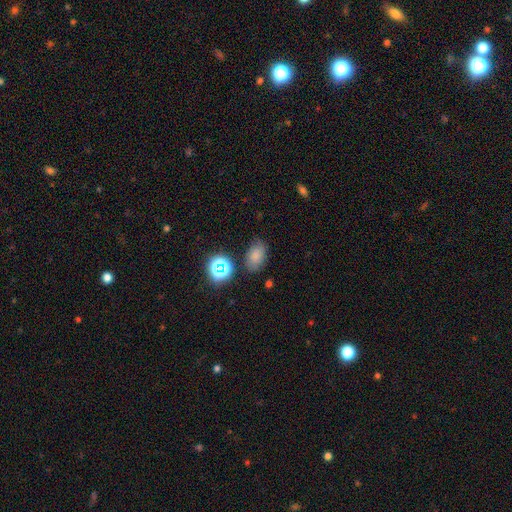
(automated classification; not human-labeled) Smooth or featured: smooth — 75% (star or artifact — 16%)
How rounded: in between — 83% (round — 16%)
Merging: none — 75% (minor disturbance — 16%)